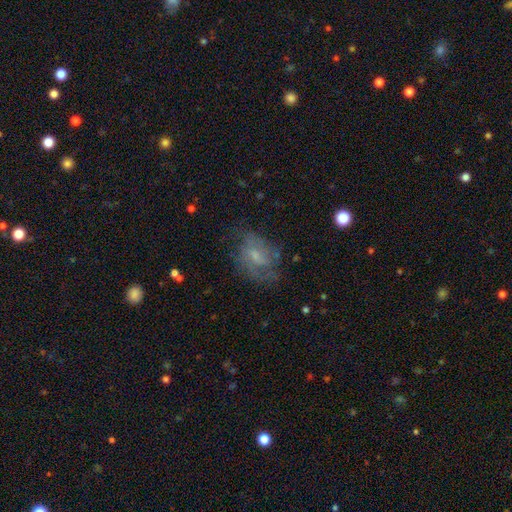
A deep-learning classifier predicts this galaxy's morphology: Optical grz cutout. It shows a featured or disk galaxy (54%) with no bar (51%), spiral arms (68%) and a small central bulge (44%). Merging: none (52%).